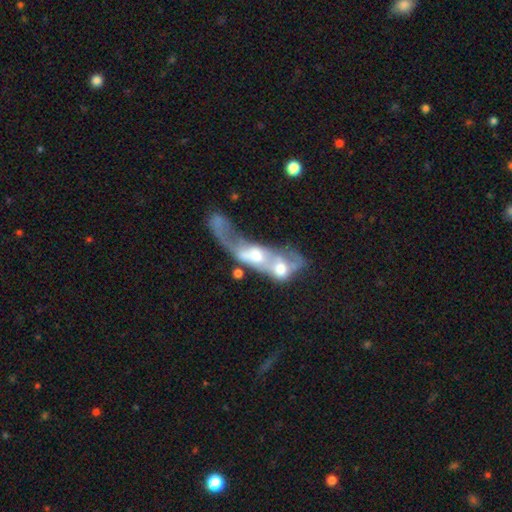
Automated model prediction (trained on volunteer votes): smooth_or_featured: featured or disk (p=0.56) [alt: smooth p=0.35]
disk_edge_on: no (p=0.87) [alt: yes p=0.13]
merging: merger (p=0.78) [alt: major disturbance p=0.13]